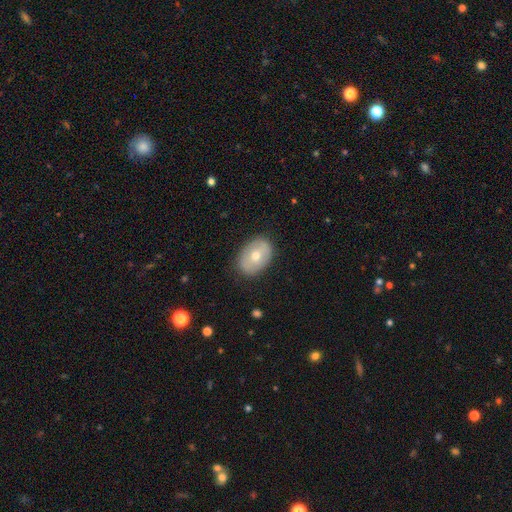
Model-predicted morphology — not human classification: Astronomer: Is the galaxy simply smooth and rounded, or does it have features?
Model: smooth — 59% (runner-up: featured or disk, 34%).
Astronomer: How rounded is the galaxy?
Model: in between — 74%.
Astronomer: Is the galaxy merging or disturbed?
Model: none — 84%.